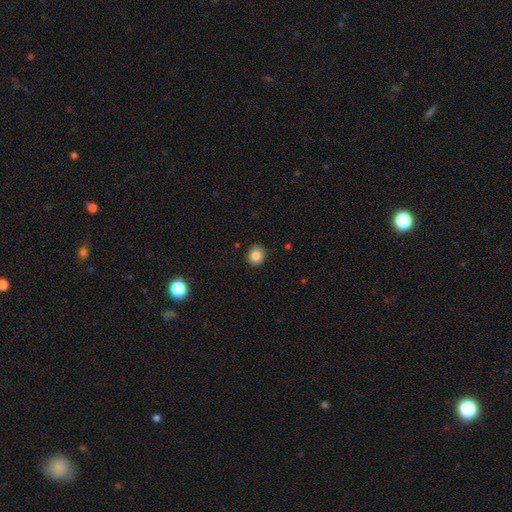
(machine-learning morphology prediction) Q: Smooth or featured?
A: smooth (85%); runner-up: star or artifact (10%)
Q: How rounded?
A: round (85%); runner-up: in between (14%)
Q: Merging?
A: none (90%); runner-up: minor disturbance (7%)